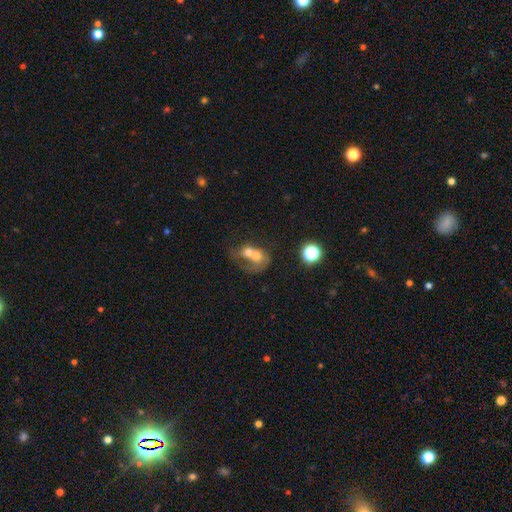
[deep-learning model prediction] smooth_or_featured: smooth (p=0.48) [alt: featured or disk p=0.41]
merging: merger (p=0.76) [alt: major disturbance p=0.10]